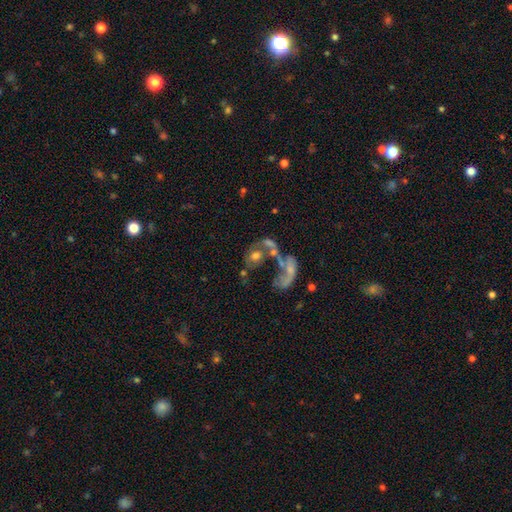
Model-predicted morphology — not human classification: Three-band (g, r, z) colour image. It shows a featured or disk galaxy (44%). Merging: merger (53%).